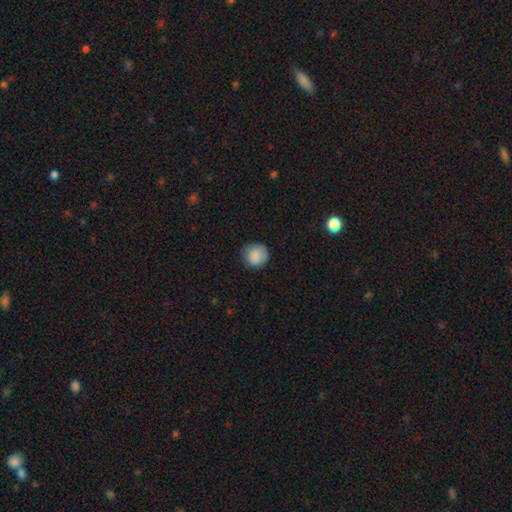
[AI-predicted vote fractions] Overall: smooth (86%). How rounded: round (87%). Merging: none (75%).